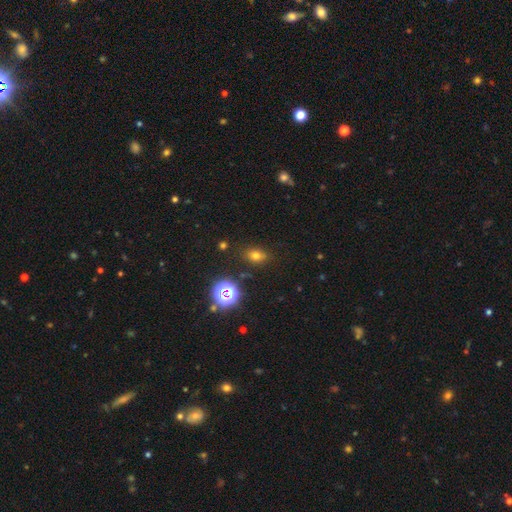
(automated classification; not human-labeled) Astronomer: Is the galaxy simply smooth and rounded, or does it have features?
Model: smooth — 66%.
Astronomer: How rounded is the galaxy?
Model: in between — 65%.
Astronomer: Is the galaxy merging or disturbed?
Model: none — 82%.